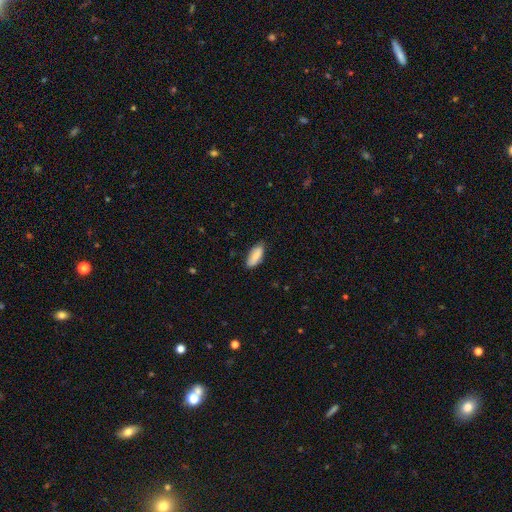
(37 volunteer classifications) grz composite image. It shows a smooth galaxy with no disk features (89%) that is in between round and cigar-shaped (91%). Merging: none (69%).